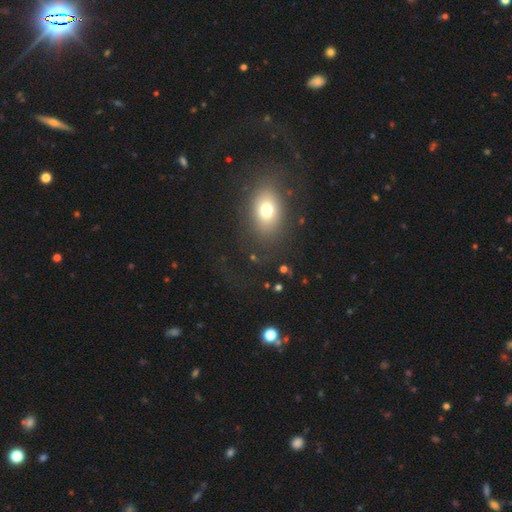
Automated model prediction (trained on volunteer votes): Smooth or featured?
  - smooth: 52% *
  - featured or disk: 27%
  - star or artifact: 21%
How rounded?
  - in between: 73% *
  - round: 24%
  - cigar-shaped: 2%
Merging?
  - none: 80% *
  - minor disturbance: 11%
  - major disturbance: 7%
  - merger: 2%